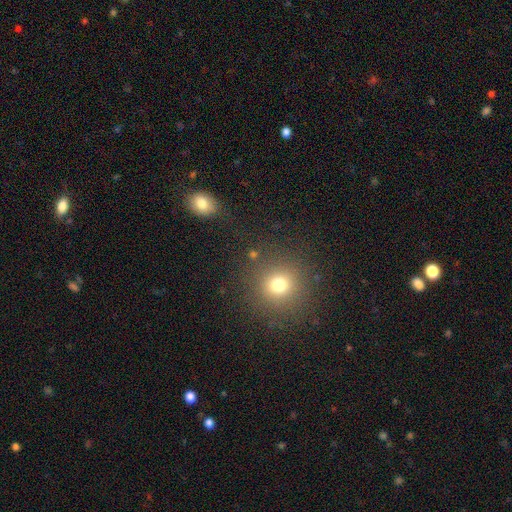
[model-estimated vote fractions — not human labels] smooth 72%, star or artifact 20%, featured or disk 8%. Down the decision tree: how rounded — round (90%); merging — none (85%).